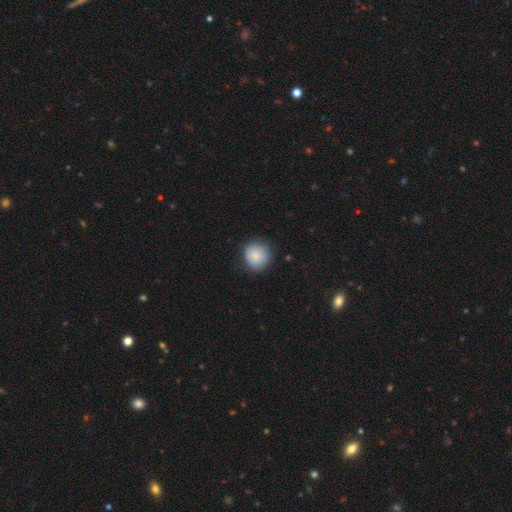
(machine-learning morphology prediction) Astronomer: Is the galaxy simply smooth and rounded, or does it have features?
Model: smooth — 84%.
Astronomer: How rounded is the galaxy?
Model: round — 90%.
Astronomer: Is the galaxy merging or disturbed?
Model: none — 81%.